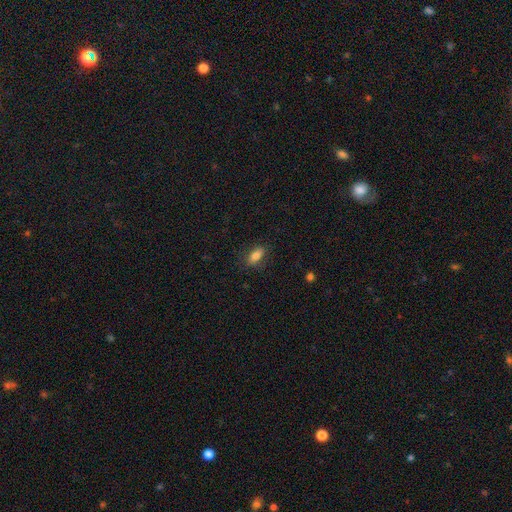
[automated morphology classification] Smooth or featured?
  - smooth: 81% *
  - featured or disk: 11%
  - star or artifact: 8%
How rounded?
  - in between: 85% *
  - cigar-shaped: 11%
  - round: 4%
Merging?
  - none: 82% *
  - minor disturbance: 13%
  - major disturbance: 4%
  - merger: 1%